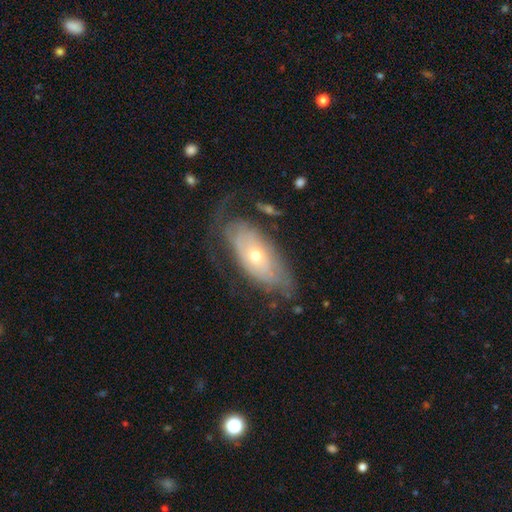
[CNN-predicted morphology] Q: Smooth or featured?
A: featured or disk (66%); runner-up: smooth (28%)
Q: Edge-on disk?
A: no (86%); runner-up: yes (14%)
Q: Bar?
A: no (81%); runner-up: weak (14%)
Q: Spiral arms?
A: yes (64%); runner-up: no (36%)
Q: Bulge size?
A: moderate (50%); runner-up: small (46%)
Q: Merging?
A: none (55%); runner-up: minor disturbance (23%)